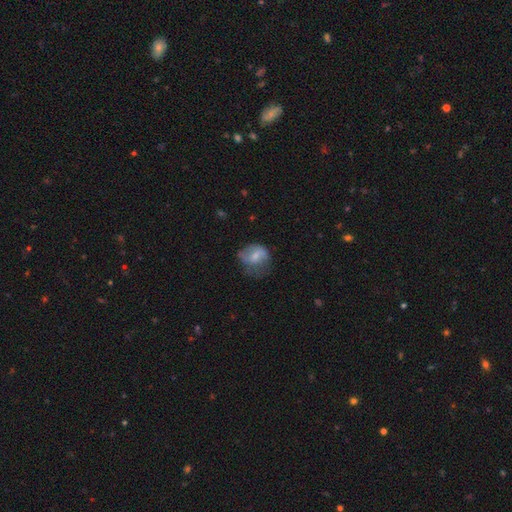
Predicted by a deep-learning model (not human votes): Smooth or featured? Predicted: smooth (p=0.59). How rounded? Predicted: round (p=0.52). Merging? Predicted: none (p=0.38).